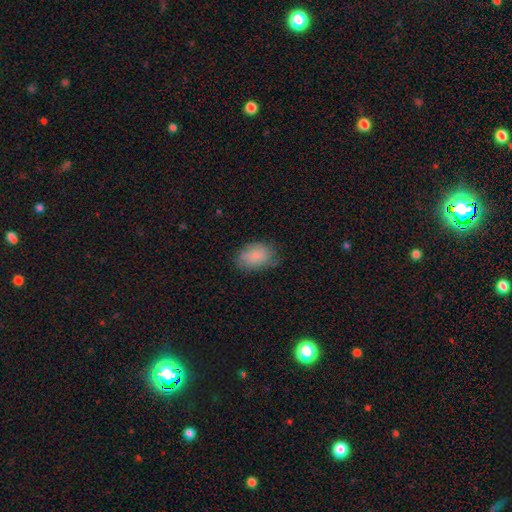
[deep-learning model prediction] A smooth galaxy with no disk features (77%) that is in between round and cigar-shaped (82%). Merging: none (64%).